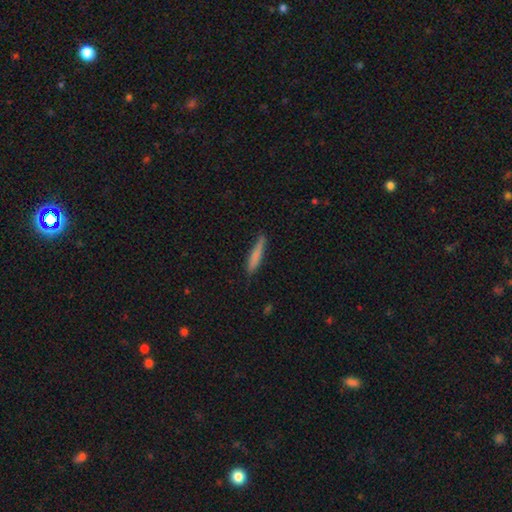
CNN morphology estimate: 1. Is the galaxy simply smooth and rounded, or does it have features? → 78% smooth, 16% featured or disk, 6% star or artifact.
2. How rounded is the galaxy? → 91% cigar-shaped, 7% in between, 1% round.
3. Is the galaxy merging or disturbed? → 81% none, 15% minor disturbance, 2% major disturbance, 1% merger.